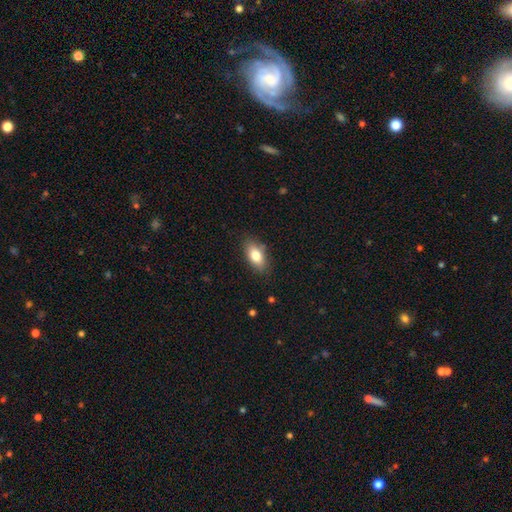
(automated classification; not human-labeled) Smooth or featured: smooth — 80% (featured or disk — 12%)
How rounded: in between — 89% (cigar-shaped — 6%)
Merging: none — 82% (minor disturbance — 14%)